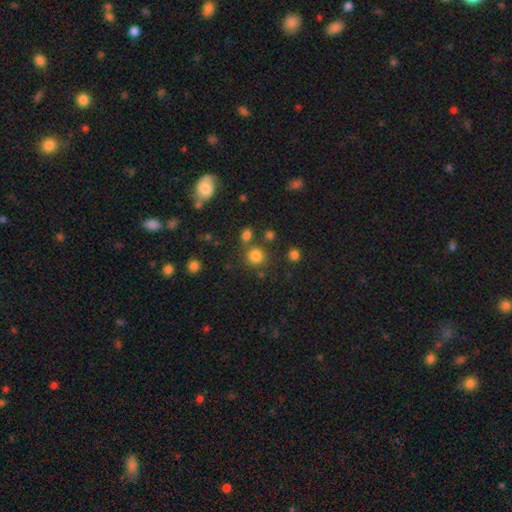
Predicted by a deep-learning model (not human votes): smooth 80%, star or artifact 15%, featured or disk 6%. Down the decision tree: how rounded — round (89%); merging — none (74%).